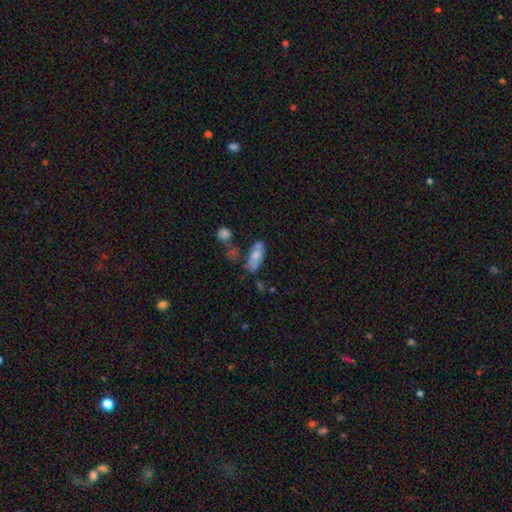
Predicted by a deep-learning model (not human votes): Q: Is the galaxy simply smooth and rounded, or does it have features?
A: smooth — 65%.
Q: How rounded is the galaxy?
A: in between — 79%.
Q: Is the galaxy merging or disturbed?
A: none — 47%.